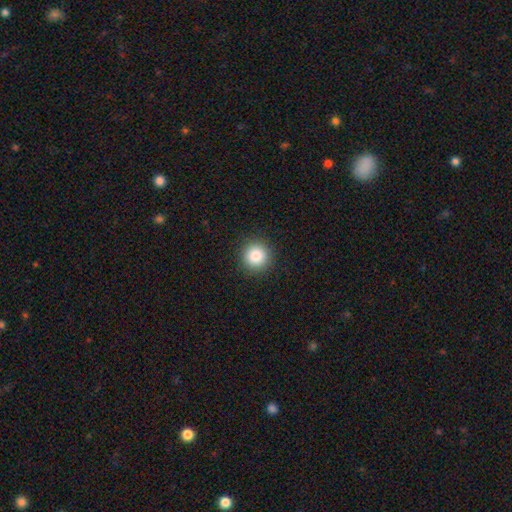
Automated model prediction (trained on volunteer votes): Overall: smooth (84%). How rounded: round (95%). Merging: none (92%).